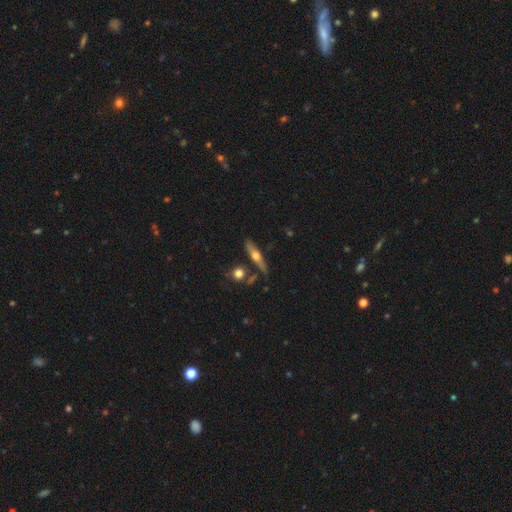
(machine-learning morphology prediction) A featured or disk galaxy (57%) viewed edge-on (89%) with a rounded central bulge (91%).

Vote fractions:
- Smooth or featured? featured or disk: 57% / smooth: 37% / star or artifact: 7%
- Edge-on disk? yes: 89% / no: 11%
- Edge-on bulge? rounded: 91% / none: 6% / boxy: 3%
- Merging? none: 76% / minor disturbance: 13% / merger: 8% / major disturbance: 3%